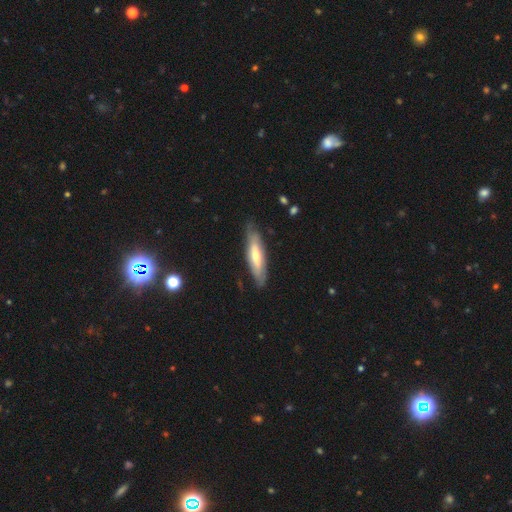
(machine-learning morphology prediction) Smooth or featured?
  - featured or disk: 51% *
  - smooth: 43%
  - star or artifact: 5%
Edge-on disk?
  - yes: 56% *
  - no: 44%
Merging?
  - none: 79% *
  - minor disturbance: 17%
  - major disturbance: 4%
  - merger: 1%